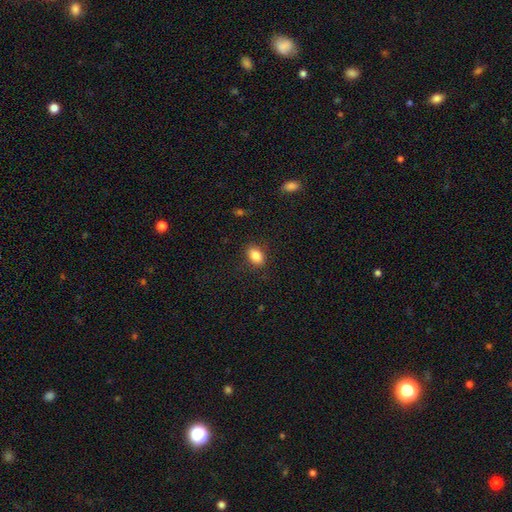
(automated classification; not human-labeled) Smooth or featured? Predicted: smooth (p=0.85). How rounded? Predicted: in between (p=0.84). Merging? Predicted: none (p=0.85).